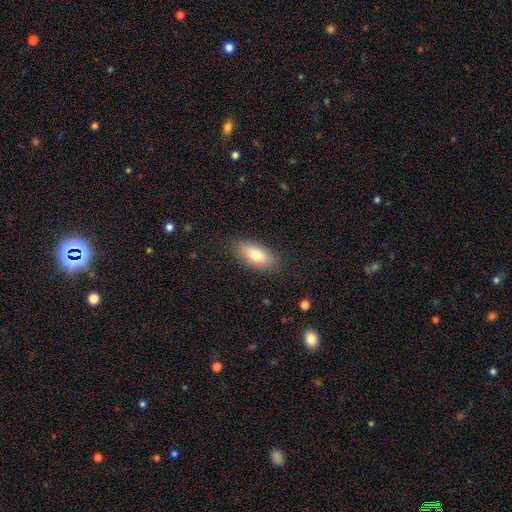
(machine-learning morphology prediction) type=smooth (77%); roundness=in between (81%); merging=none (85%).